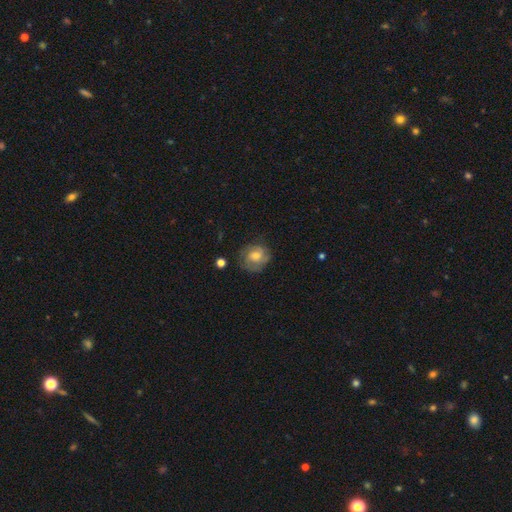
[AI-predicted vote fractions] smooth-or-featured: featured or disk: 51% | smooth: 41% | star or artifact: 8%
  disk-edge-on: no: 97% | yes: 3%
  merging: none: 71% | minor disturbance: 20% | major disturbance: 8% | merger: 2%